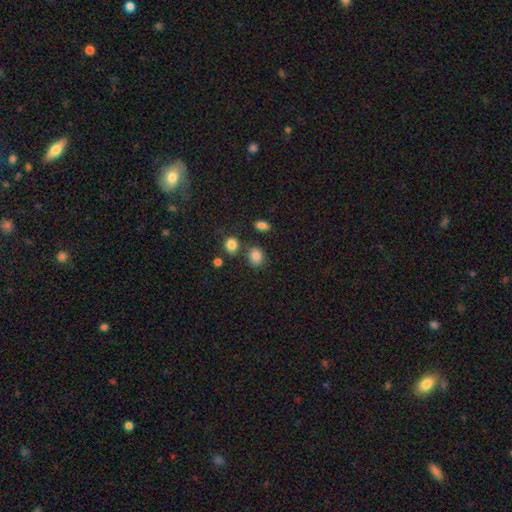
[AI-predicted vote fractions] The model was most divided on "how rounded": round: 70%, in between: 29%, cigar-shaped: 1%. More confident: smooth or featured — smooth (84%); merging — none (74%).